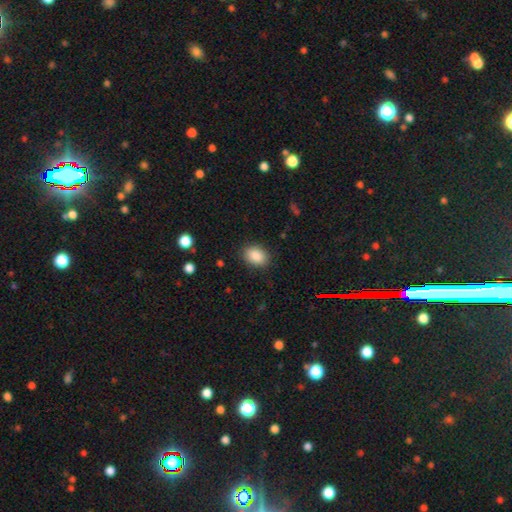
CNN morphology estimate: Smooth or featured: smooth — 88% (star or artifact — 8%)
How rounded: in between — 71% (round — 28%)
Merging: none — 87% (minor disturbance — 9%)